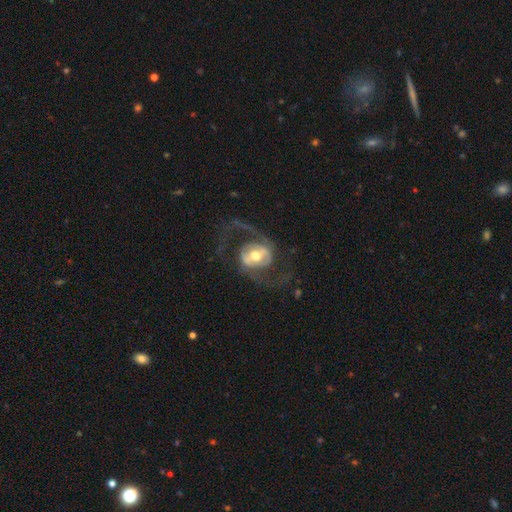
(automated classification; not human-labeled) A featured or disk galaxy (82%) with a weak bar (37%), 2 (89%) loose (46%) spiral arms (83%) and a moderate central bulge (71%). Merging: none (62%).